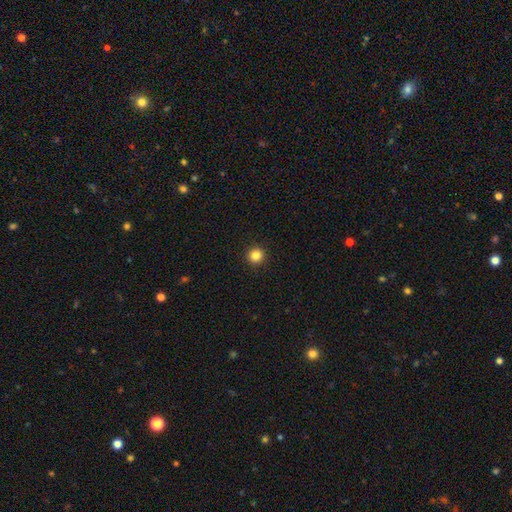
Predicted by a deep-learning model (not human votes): Overall: smooth (84%). How rounded: round (96%). Merging: none (93%).